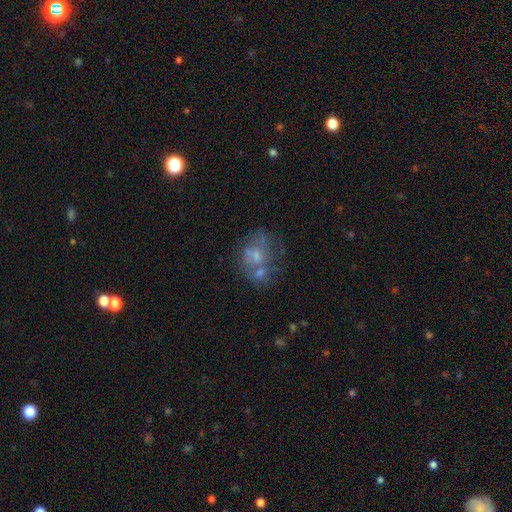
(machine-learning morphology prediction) Smooth or featured?
  - featured or disk: 46% *
  - smooth: 35%
  - star or artifact: 19%
Merging?
  - none: 35% *
  - merger: 34%
  - major disturbance: 16%
  - minor disturbance: 15%